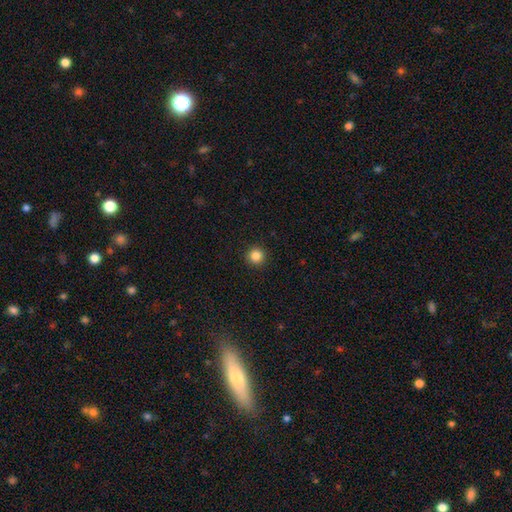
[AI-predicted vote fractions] Smooth or featured? smooth (85%)
How rounded? round (95%)
Merging? none (93%)